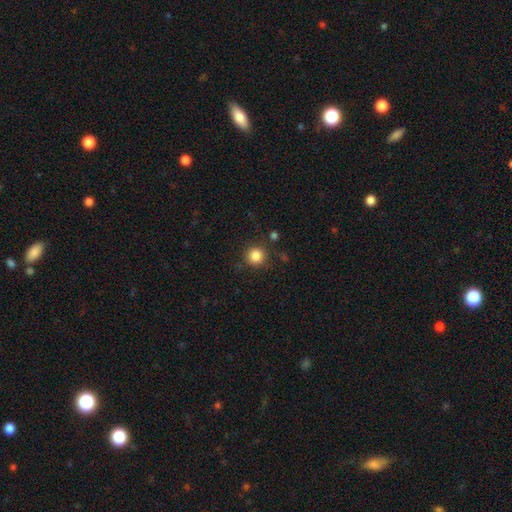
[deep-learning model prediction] Morphology: type=smooth (85%); roundness=round (94%); merging=none (87%).